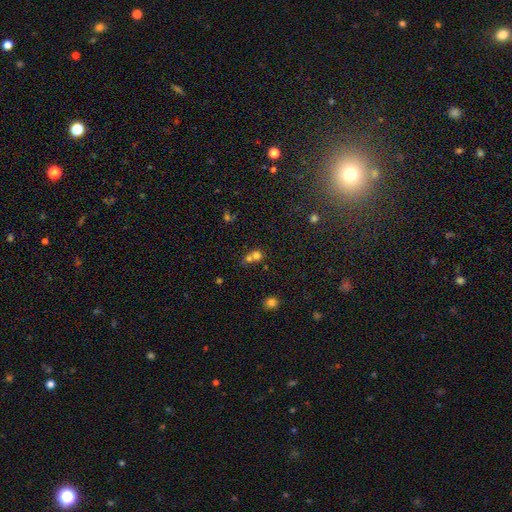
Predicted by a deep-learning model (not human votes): Smooth or featured? smooth (71%)
How rounded? round (79%)
Merging? merger (56%)